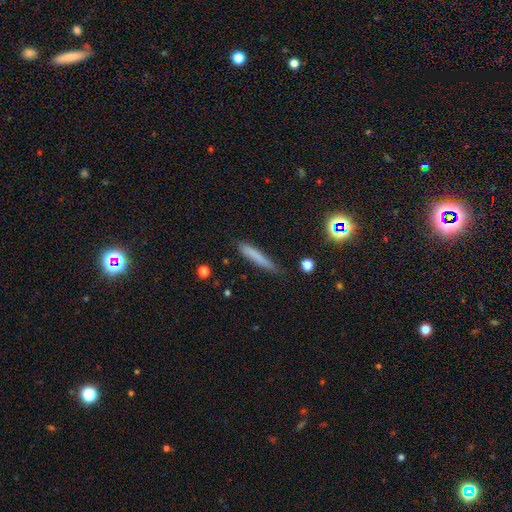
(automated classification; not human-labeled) A smooth galaxy with no disk features (74%) that is cigar-shaped (93%). Merging: none (80%).